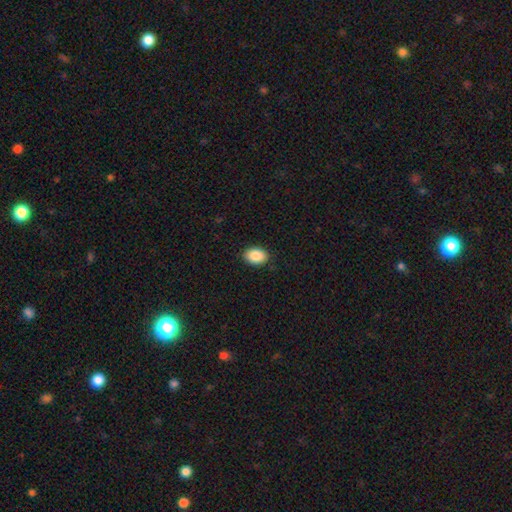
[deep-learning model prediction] A smooth galaxy with no disk features (88%) that is in between round and cigar-shaped (82%).

Vote fractions:
- Smooth or featured? smooth: 88% / star or artifact: 8% / featured or disk: 4%
- How rounded? in between: 82% / round: 17% / cigar-shaped: 1%
- Merging? none: 89% / minor disturbance: 8% / major disturbance: 2% / merger: 1%